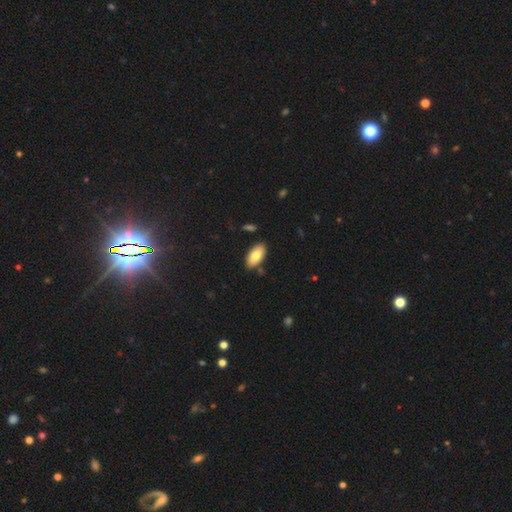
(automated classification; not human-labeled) smooth-or-featured: smooth: 79% | featured or disk: 15% | star or artifact: 6%
  how-rounded: in between: 93% | cigar-shaped: 5% | round: 2%
  merging: none: 85% | minor disturbance: 10% | merger: 3% | major disturbance: 2%